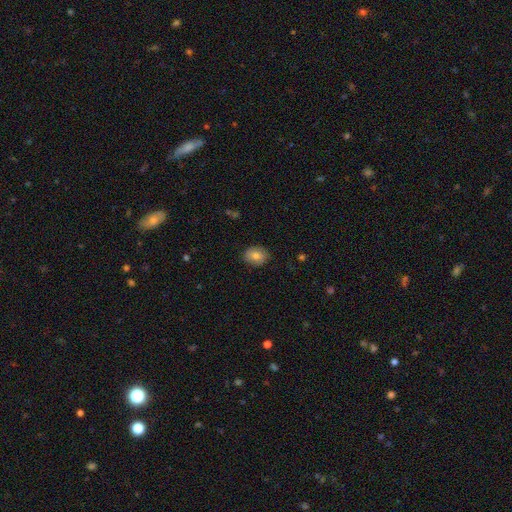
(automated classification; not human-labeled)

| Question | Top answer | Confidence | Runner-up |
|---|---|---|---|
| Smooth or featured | smooth | 75% | featured or disk (16%) |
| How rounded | in between | 57% | round (42%) |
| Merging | none | 85% | minor disturbance (12%) |